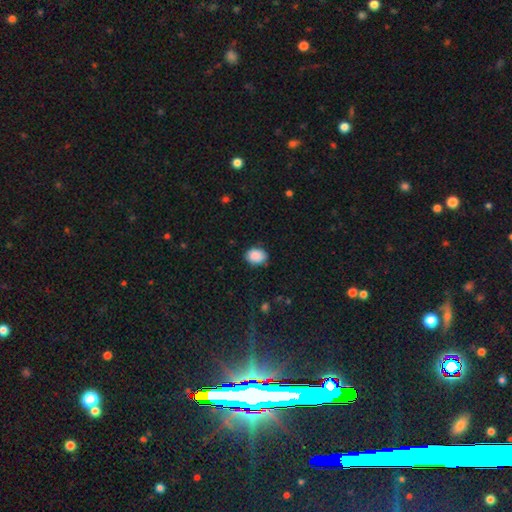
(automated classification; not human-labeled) Smooth or featured?
  - smooth: 89% *
  - star or artifact: 8%
  - featured or disk: 4%
How rounded?
  - in between: 65% *
  - round: 34%
  - cigar-shaped: 1%
Merging?
  - none: 80% *
  - minor disturbance: 16%
  - major disturbance: 3%
  - merger: 1%